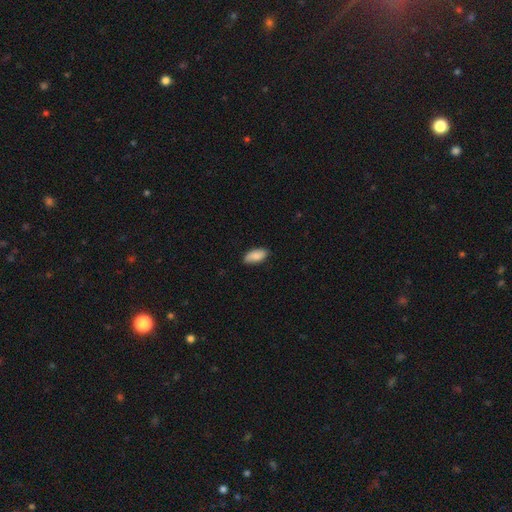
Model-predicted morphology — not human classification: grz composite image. It shows a smooth galaxy with no disk features (86%) that is in between round and cigar-shaped (91%). Merging: none (84%).